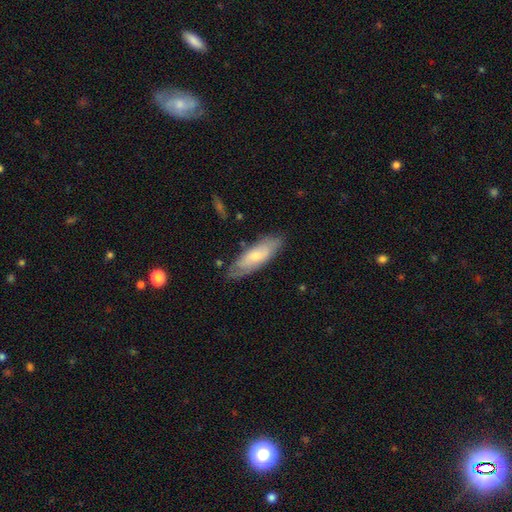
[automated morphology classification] The model was most divided on "smooth or featured": smooth: 53%, featured or disk: 41%, star or artifact: 6%. More confident: merging — none (77%); how rounded — in between (55%).